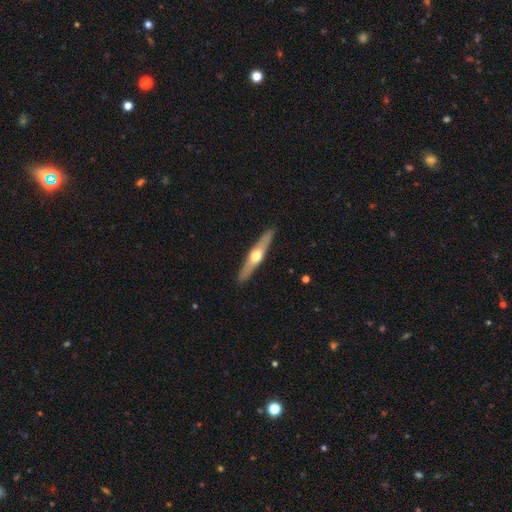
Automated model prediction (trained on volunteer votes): This is likely a featured or disk galaxy (61%). It is clearly viewed edge-on (93%). Edge-on bulge: clearly rounded (93%). Merging: clearly none (91%).